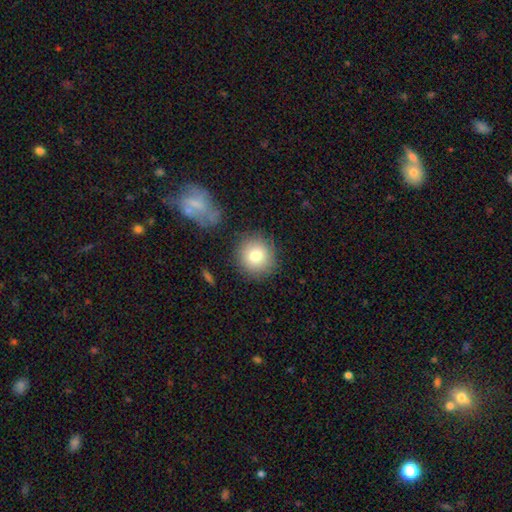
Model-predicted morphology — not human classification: This appears to be a smooth galaxy with no disk features (79%) that is round (91%). Merging: none (85%).